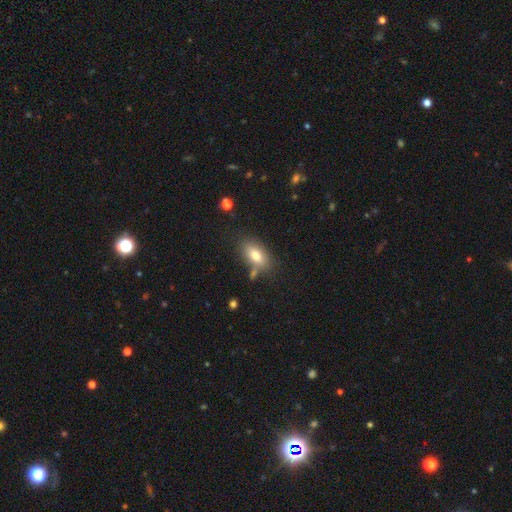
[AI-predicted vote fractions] A smooth galaxy with no disk features (77%) that is in between round and cigar-shaped (89%). Merging: none (72%).